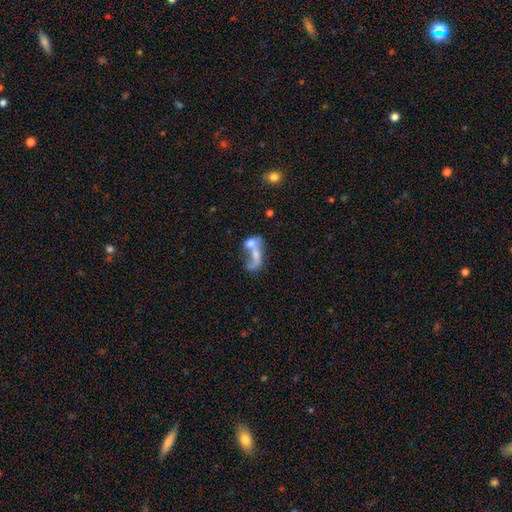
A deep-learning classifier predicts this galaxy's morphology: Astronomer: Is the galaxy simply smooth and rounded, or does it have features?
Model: smooth — 47% (runner-up: featured or disk, 43%).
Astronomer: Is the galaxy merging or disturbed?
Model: merger — 67%.